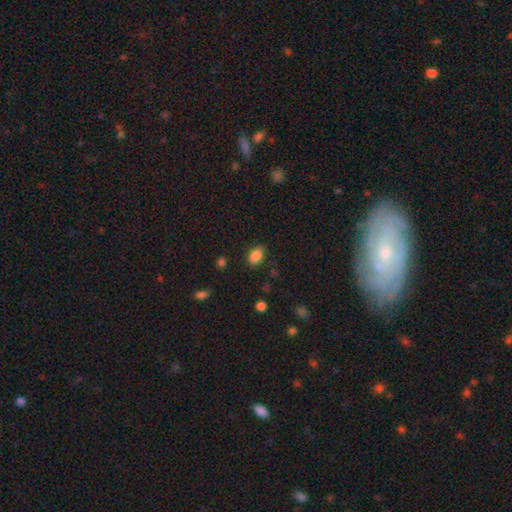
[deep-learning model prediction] The model was most divided on "merging": none: 81%, minor disturbance: 14%, major disturbance: 3%, merger: 1%. More confident: smooth or featured — smooth (85%); how rounded — in between (84%).